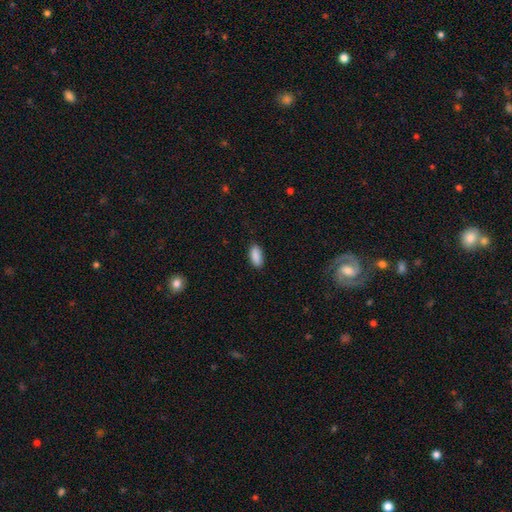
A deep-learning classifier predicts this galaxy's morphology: Smooth or featured?
  - smooth: 90% *
  - star or artifact: 7%
  - featured or disk: 3%
How rounded?
  - in between: 89% *
  - cigar-shaped: 9%
  - round: 2%
Merging?
  - none: 87% *
  - minor disturbance: 10%
  - major disturbance: 2%
  - merger: 1%